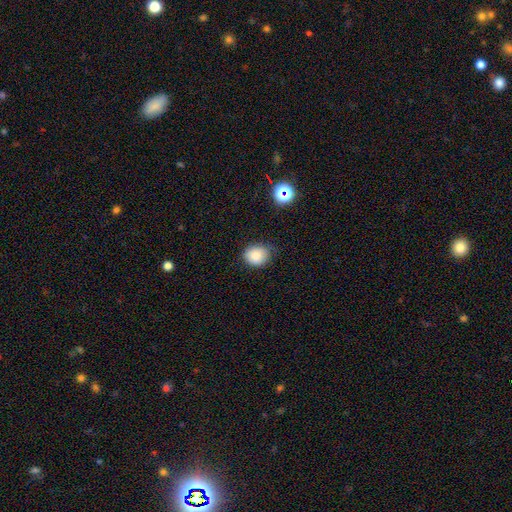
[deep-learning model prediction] This is clearly a smooth galaxy (83%). How rounded: likely round (66%). Merging: likely none (73%).